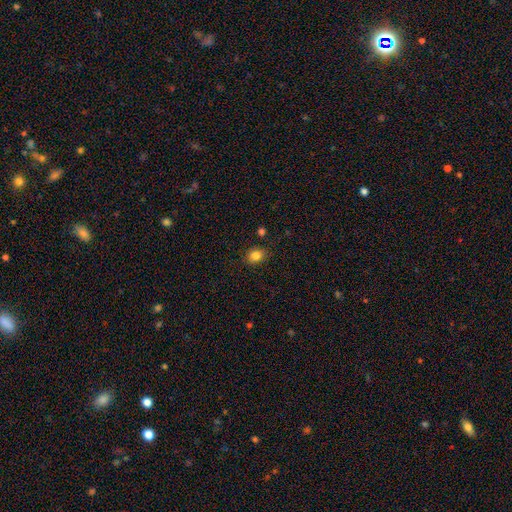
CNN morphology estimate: This is clearly a smooth galaxy (84%). How rounded: possibly round (53%). Merging: clearly none (84%).